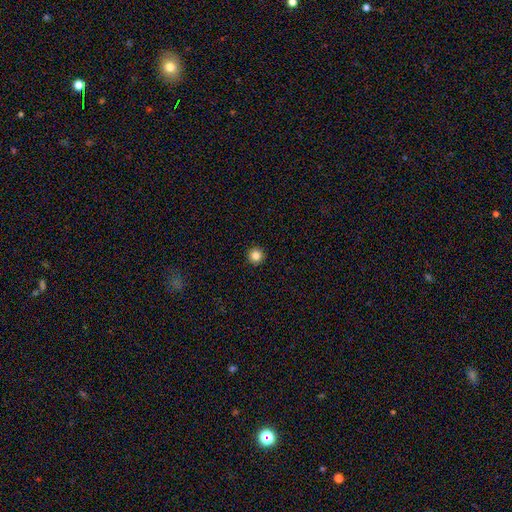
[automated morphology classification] A smooth galaxy with no disk features (84%) that is round (96%).

Vote fractions:
- Smooth or featured? smooth: 84% / star or artifact: 11% / featured or disk: 5%
- How rounded? round: 96% / in between: 3% / cigar-shaped: 1%
- Merging? none: 93% / minor disturbance: 4% / major disturbance: 1% / merger: 1%